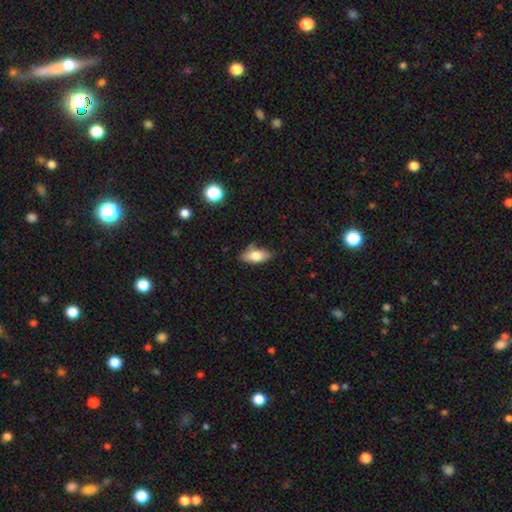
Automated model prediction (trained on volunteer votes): smooth 78%, featured or disk 14%, star or artifact 8%. Down the decision tree: how rounded — in between (87%); merging — none (72%).